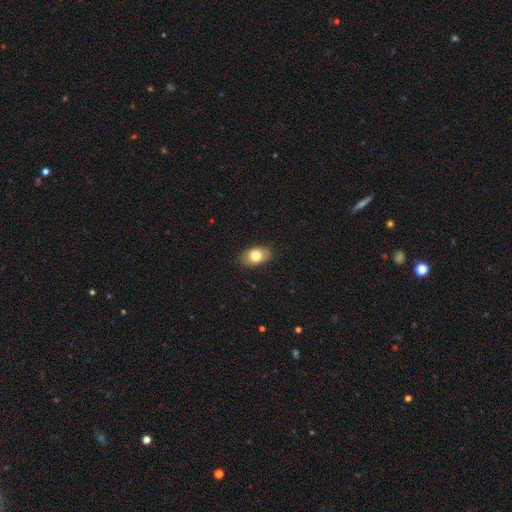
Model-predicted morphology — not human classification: Q: Smooth or featured?
A: smooth (80%); runner-up: featured or disk (12%)
Q: How rounded?
A: in between (88%); runner-up: round (11%)
Q: Merging?
A: none (86%); runner-up: minor disturbance (11%)